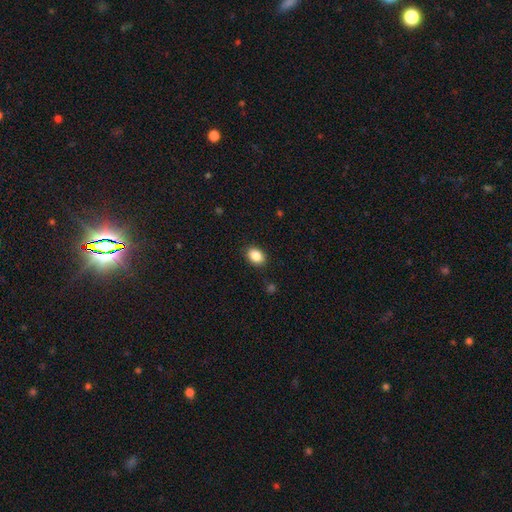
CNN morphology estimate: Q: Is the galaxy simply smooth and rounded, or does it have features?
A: smooth — 87%.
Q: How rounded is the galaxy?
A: in between — 73%.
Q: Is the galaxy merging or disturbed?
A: none — 88%.